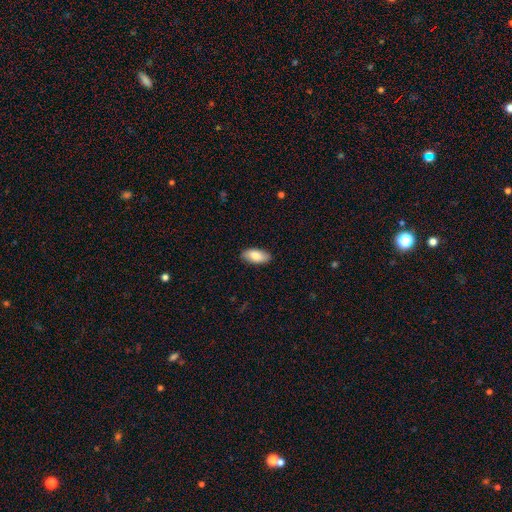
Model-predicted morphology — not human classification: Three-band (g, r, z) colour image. It shows a smooth galaxy with no disk features (79%) that is in between round and cigar-shaped (91%). Merging: none (87%).